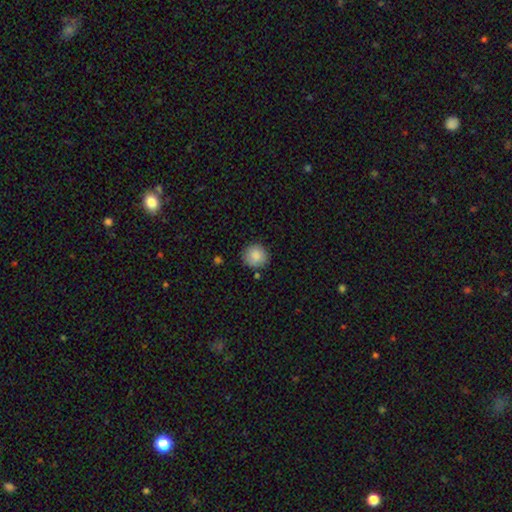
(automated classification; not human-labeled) Smooth or featured: smooth — 87% (star or artifact — 8%)
How rounded: round — 93% (in between — 6%)
Merging: none — 86% (minor disturbance — 10%)